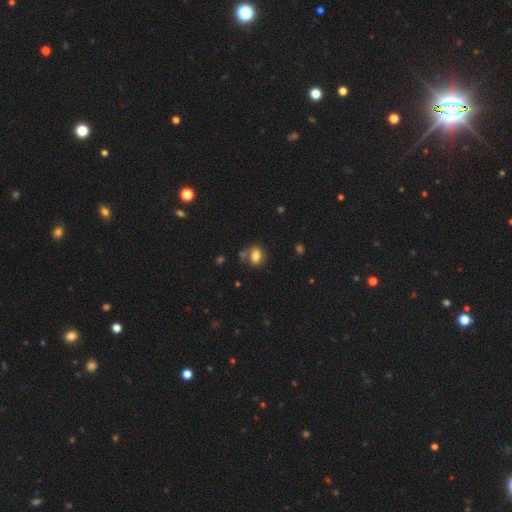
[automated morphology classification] smooth 80%, star or artifact 11%, featured or disk 9%. Down the decision tree: how rounded — in between (73%); merging — none (63%).